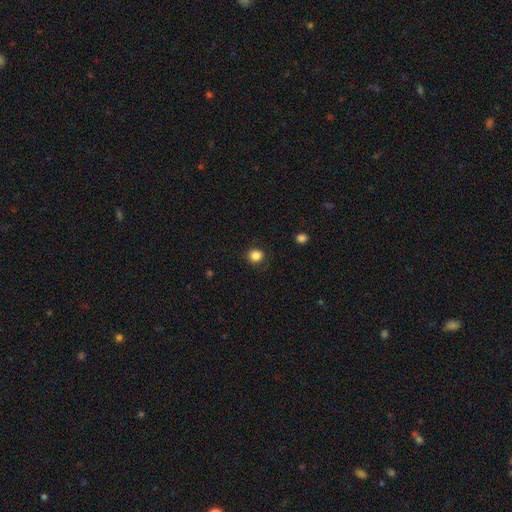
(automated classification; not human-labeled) Smooth or featured? Predicted: smooth (p=0.85). How rounded? Predicted: round (p=0.88). Merging? Predicted: none (p=0.88).